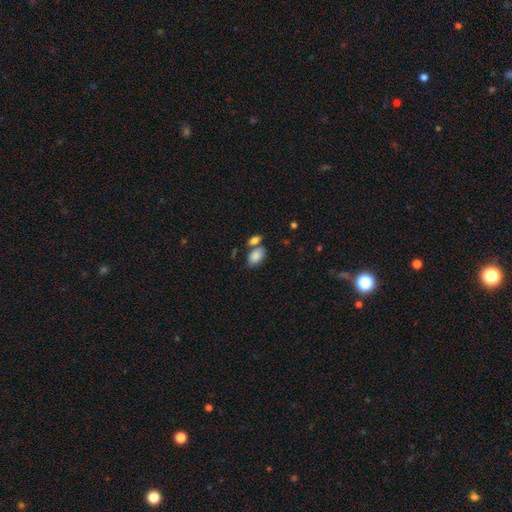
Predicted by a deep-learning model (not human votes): smooth_or_featured: smooth (p=0.85) [alt: featured or disk p=0.07]
how_rounded: in between (p=0.90) [alt: round p=0.09]
merging: none (p=0.51) [alt: merger p=0.30]